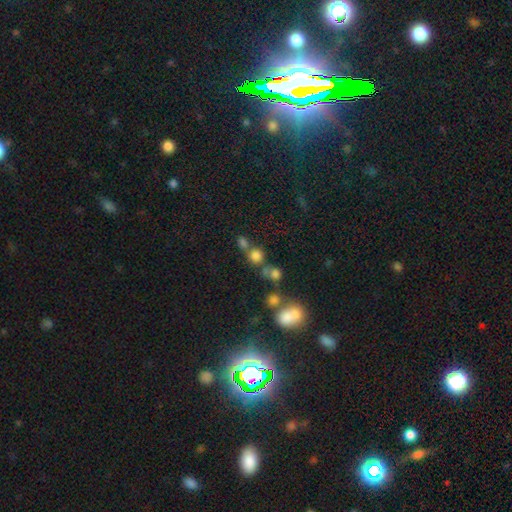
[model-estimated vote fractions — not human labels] Smooth or featured? Predicted: smooth (p=0.73). How rounded? Predicted: round (p=0.82). Merging? Predicted: none (p=0.53).